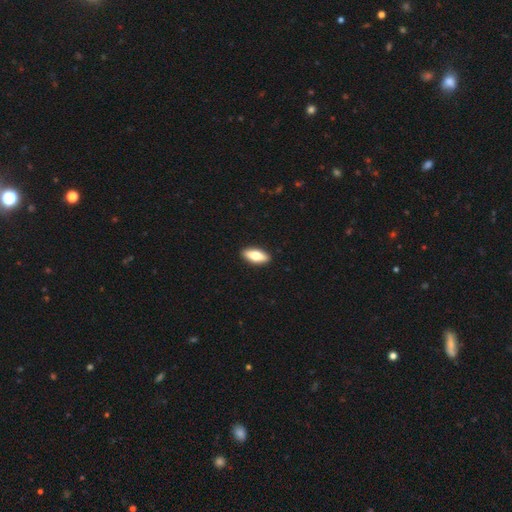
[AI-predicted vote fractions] This is likely a smooth galaxy (68%). How rounded: likely in between (74%). Merging: clearly none (91%).